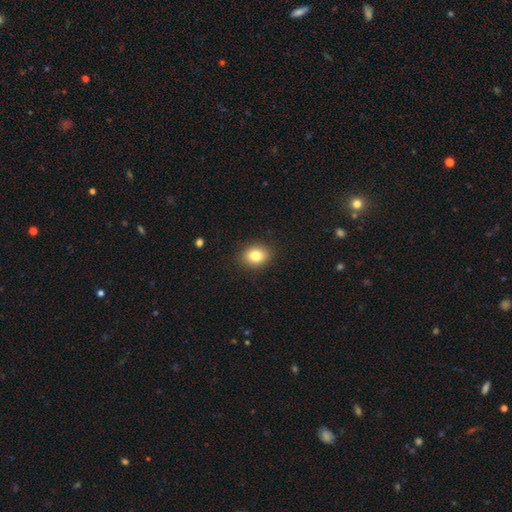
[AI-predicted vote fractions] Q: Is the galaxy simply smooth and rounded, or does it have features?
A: smooth — 82%.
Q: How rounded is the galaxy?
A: in between — 52%.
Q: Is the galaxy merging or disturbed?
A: none — 89%.